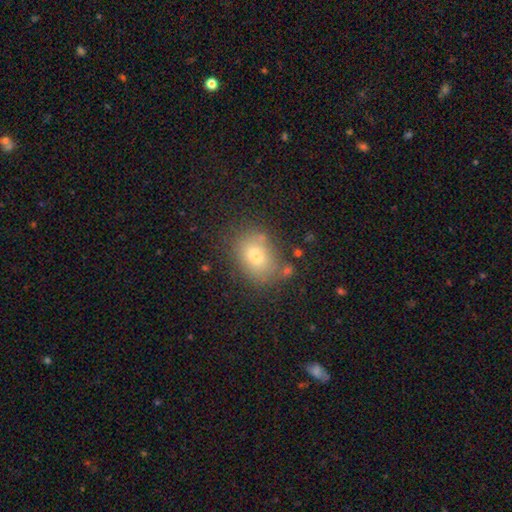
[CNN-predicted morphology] Smooth or featured?
  - smooth: 76% *
  - featured or disk: 13%
  - star or artifact: 10%
How rounded?
  - in between: 72% *
  - round: 27%
  - cigar-shaped: 1%
Merging?
  - none: 71% *
  - minor disturbance: 17%
  - merger: 7%
  - major disturbance: 5%